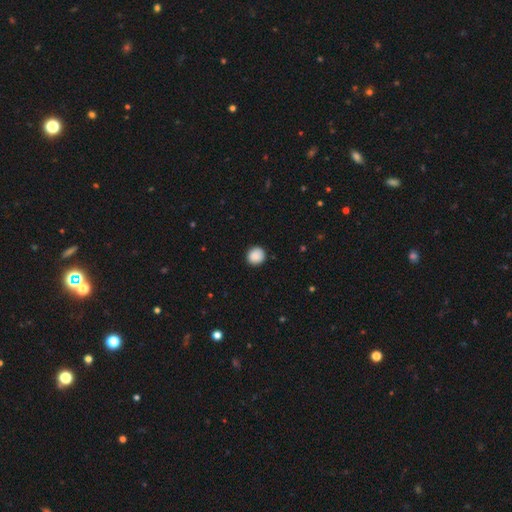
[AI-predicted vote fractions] Overall: smooth (89%). How rounded: round (91%). Merging: none (91%).